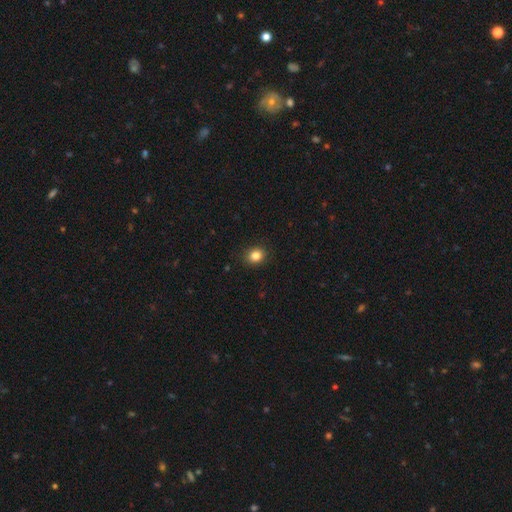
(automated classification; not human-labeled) Overall: smooth (84%). How rounded: round (66%; in between 33%). Merging: none (90%).